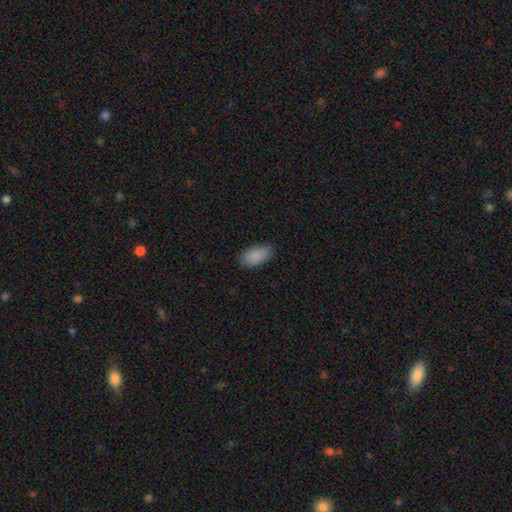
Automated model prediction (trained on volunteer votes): Morphology: type=smooth (89%); roundness=in between (94%); merging=none (82%).